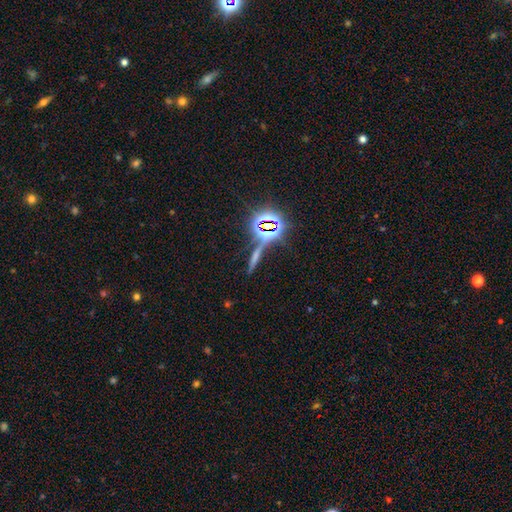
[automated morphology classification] This appears to be a star or artifact, not a galaxy (53%).